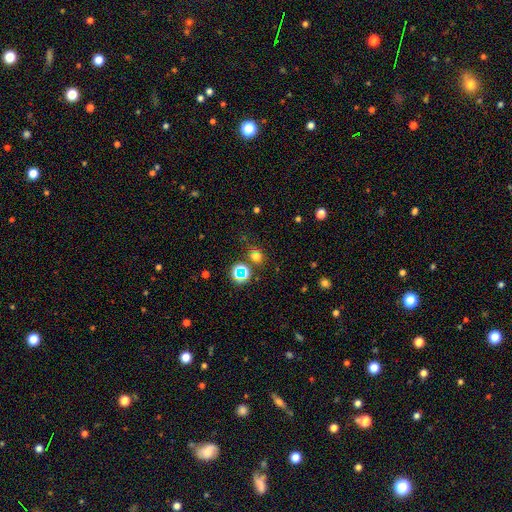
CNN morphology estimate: Smooth or featured? Predicted: smooth (p=0.61). How rounded? Predicted: round (p=0.82). Merging? Predicted: none (p=0.77).